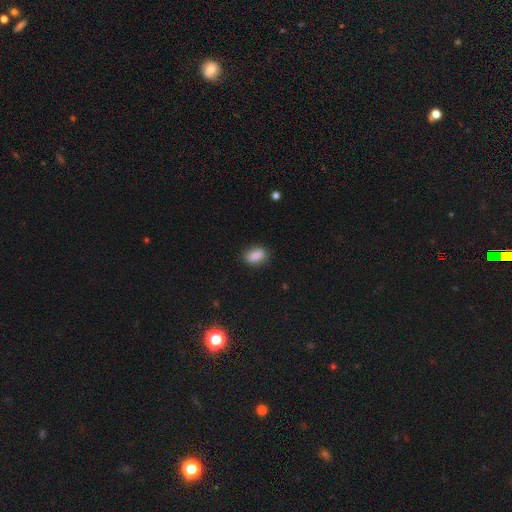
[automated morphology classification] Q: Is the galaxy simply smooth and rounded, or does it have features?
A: smooth — 84%.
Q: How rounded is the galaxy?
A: in between — 79%.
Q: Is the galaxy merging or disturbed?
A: none — 83%.